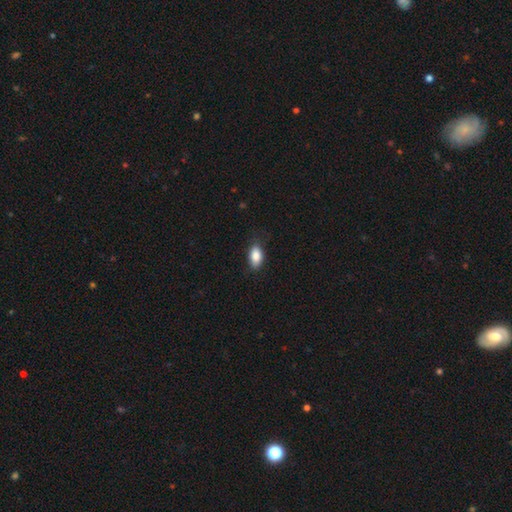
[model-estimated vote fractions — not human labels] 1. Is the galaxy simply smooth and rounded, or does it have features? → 87% smooth, 7% star or artifact, 6% featured or disk.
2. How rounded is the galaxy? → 90% in between, 6% round, 4% cigar-shaped.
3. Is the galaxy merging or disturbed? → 79% none, 17% minor disturbance, 3% major disturbance, 1% merger.